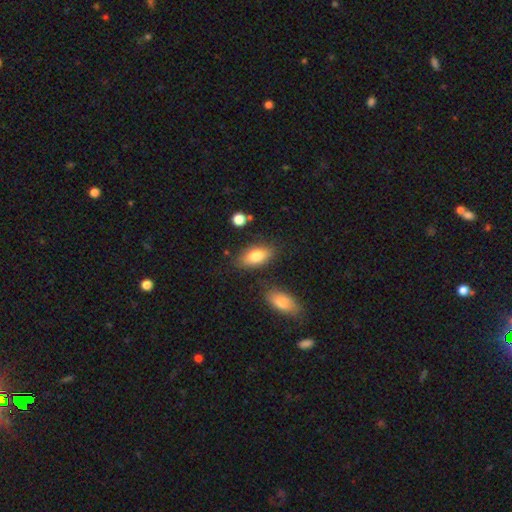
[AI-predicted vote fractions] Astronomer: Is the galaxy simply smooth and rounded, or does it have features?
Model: smooth — 78%.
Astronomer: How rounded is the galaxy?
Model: in between — 88%.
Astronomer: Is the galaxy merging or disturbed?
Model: none — 78%.